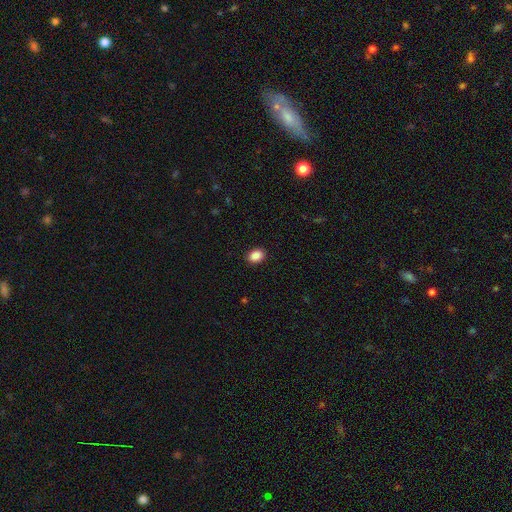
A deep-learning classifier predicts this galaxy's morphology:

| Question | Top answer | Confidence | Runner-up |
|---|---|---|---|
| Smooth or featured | smooth | 89% | star or artifact (8%) |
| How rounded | in between | 68% | round (31%) |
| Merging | none | 90% | minor disturbance (7%) |